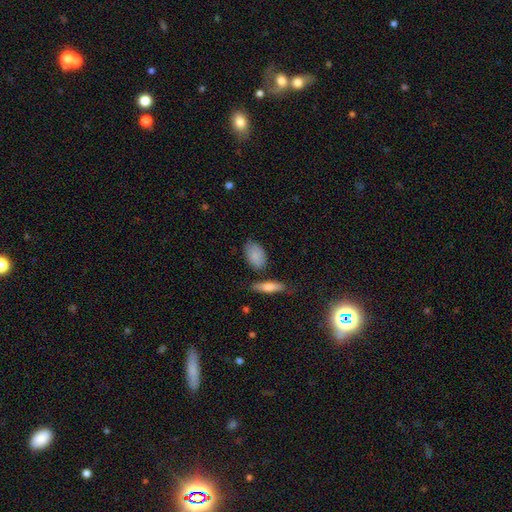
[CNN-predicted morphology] Smooth or featured?
  - smooth: 84% *
  - featured or disk: 9%
  - star or artifact: 6%
How rounded?
  - in between: 90% *
  - round: 7%
  - cigar-shaped: 3%
Merging?
  - none: 70% *
  - minor disturbance: 19%
  - merger: 7%
  - major disturbance: 5%